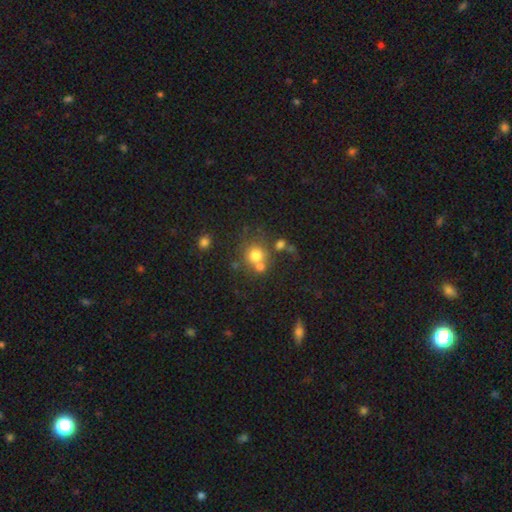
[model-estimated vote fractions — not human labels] smooth-or-featured: smooth: 72% | star or artifact: 15% | featured or disk: 13%
  how-rounded: round: 87% | in between: 12% | cigar-shaped: 1%
  merging: none: 54% | merger: 30% | minor disturbance: 10% | major disturbance: 6%